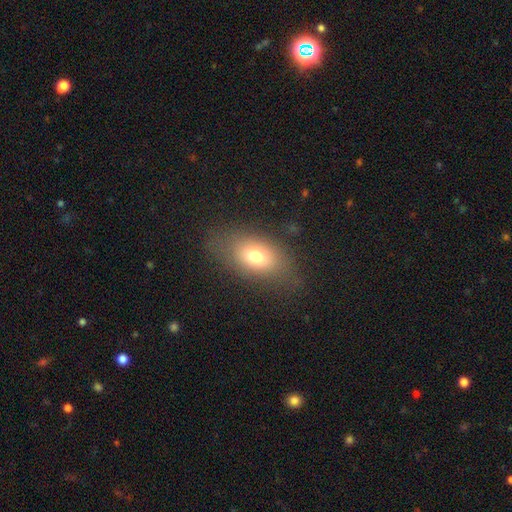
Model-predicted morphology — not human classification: This is likely a smooth galaxy (71%). How rounded: clearly in between (81%). Merging: likely none (74%).